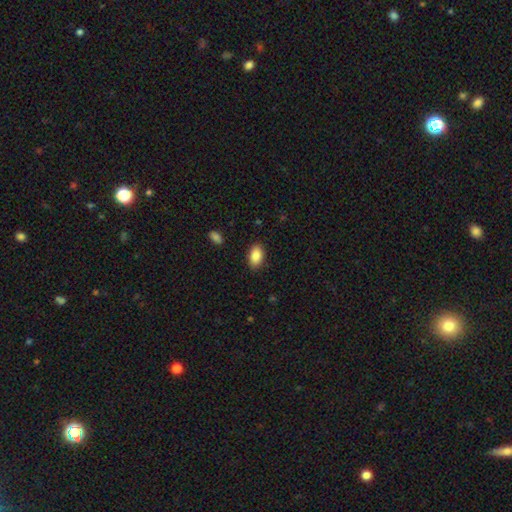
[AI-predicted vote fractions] Morphology: type=smooth (89%); roundness=in between (93%); merging=none (88%).